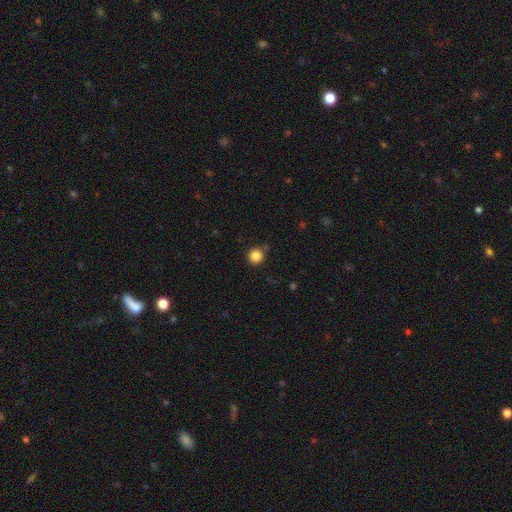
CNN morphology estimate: Q: Smooth or featured?
A: smooth (85%); runner-up: star or artifact (11%)
Q: How rounded?
A: round (93%); runner-up: in between (6%)
Q: Merging?
A: none (85%); runner-up: minor disturbance (9%)